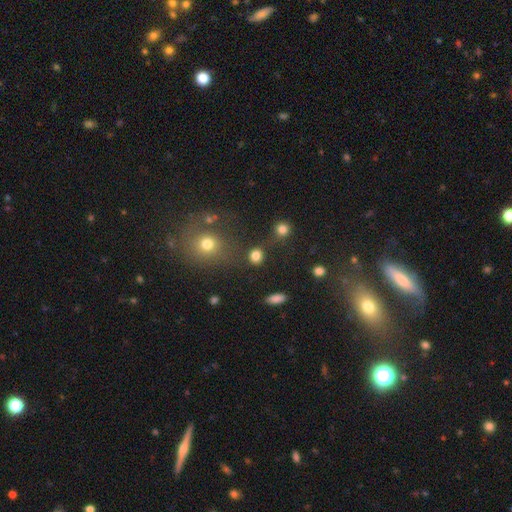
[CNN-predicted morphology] Overall: smooth (81%). How rounded: round (83%). Merging: none (75%).